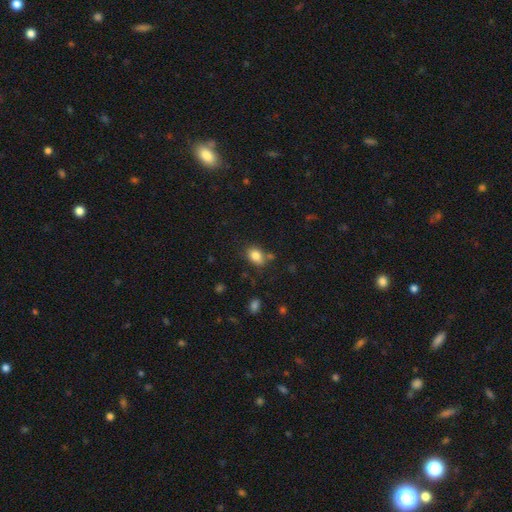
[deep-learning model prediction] Smooth or featured? Predicted: smooth (p=0.82). How rounded? Predicted: in between (p=0.66). Merging? Predicted: none (p=0.70).